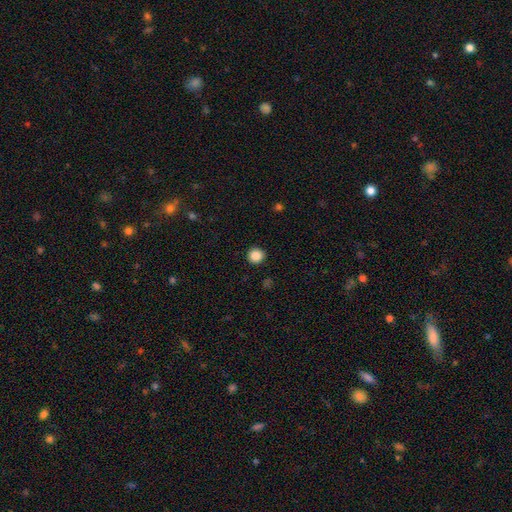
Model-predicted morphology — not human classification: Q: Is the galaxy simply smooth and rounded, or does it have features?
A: smooth — 87%.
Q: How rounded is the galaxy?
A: round — 93%.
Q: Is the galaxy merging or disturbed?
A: none — 92%.